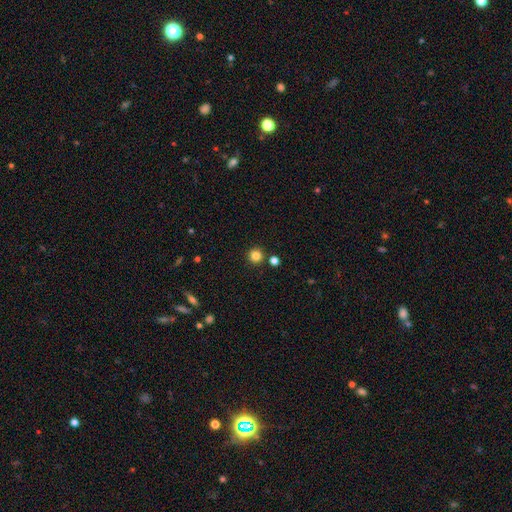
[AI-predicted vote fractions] Smooth or featured? smooth (83%)
How rounded? round (95%)
Merging? none (88%)